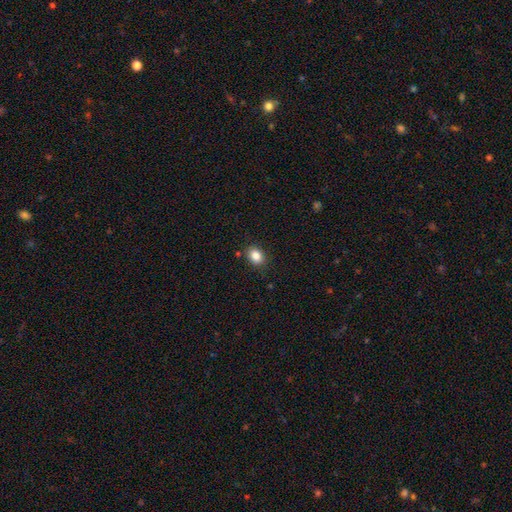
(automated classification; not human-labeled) A smooth galaxy with no disk features (85%) that is in between round and cigar-shaped (62%). Merging: none (86%).